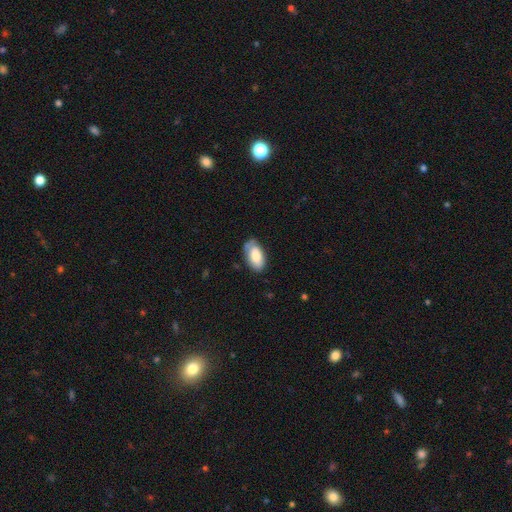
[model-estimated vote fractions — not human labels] Smooth or featured: smooth — 76% (featured or disk — 18%)
How rounded: in between — 94% (round — 3%)
Merging: none — 64% (minor disturbance — 27%)